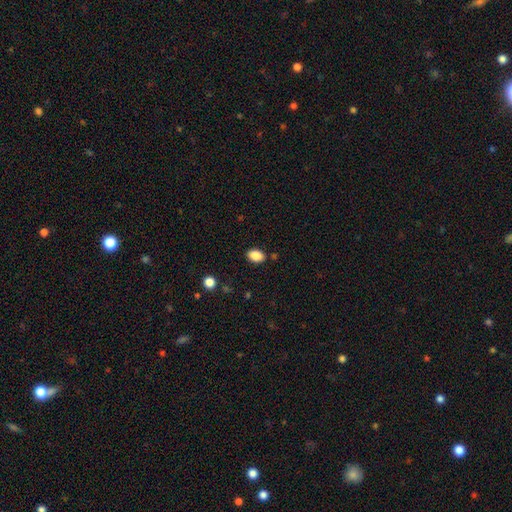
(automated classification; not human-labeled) Smooth or featured?
  - smooth: 88% *
  - star or artifact: 9%
  - featured or disk: 4%
How rounded?
  - in between: 85% *
  - round: 14%
  - cigar-shaped: 1%
Merging?
  - none: 85% *
  - minor disturbance: 10%
  - merger: 3%
  - major disturbance: 2%